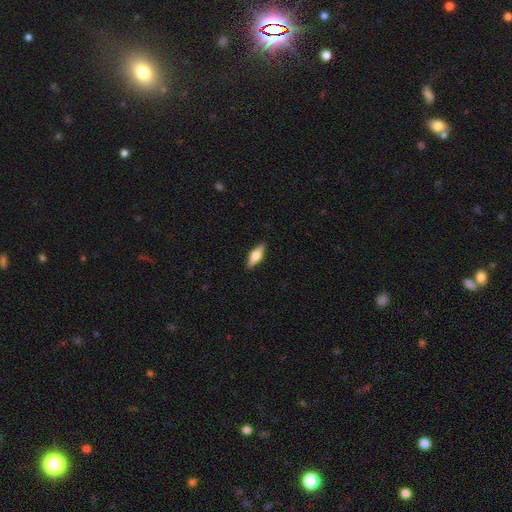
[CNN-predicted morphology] Smooth or featured? Predicted: featured or disk (p=0.48). Merging? Predicted: none (p=0.89).